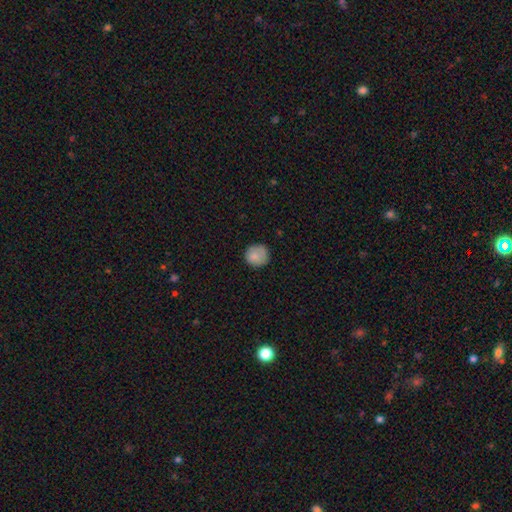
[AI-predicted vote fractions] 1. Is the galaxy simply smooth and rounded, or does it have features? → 84% smooth, 9% star or artifact, 7% featured or disk.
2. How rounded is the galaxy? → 89% round, 10% in between, 1% cigar-shaped.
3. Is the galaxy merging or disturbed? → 78% none, 17% minor disturbance, 4% major disturbance, 1% merger.